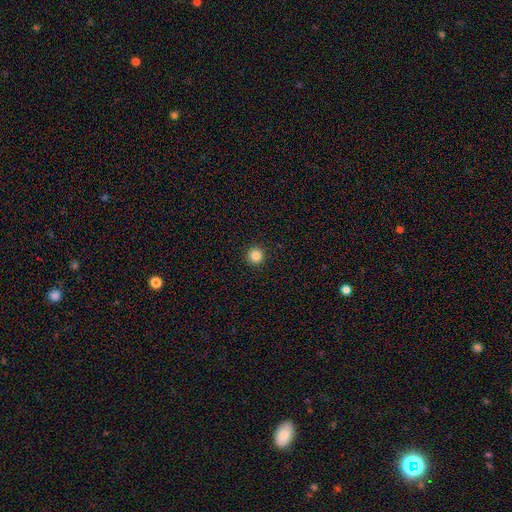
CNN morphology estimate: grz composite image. It shows a smooth galaxy with no disk features (85%) that is round (95%). Merging: none (93%).